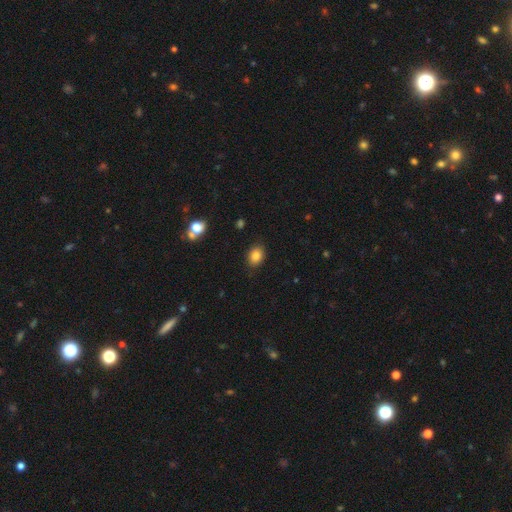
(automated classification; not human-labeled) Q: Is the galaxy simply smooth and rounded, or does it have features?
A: smooth — 83%.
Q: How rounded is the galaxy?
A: in between — 66%.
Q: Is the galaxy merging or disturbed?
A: none — 86%.